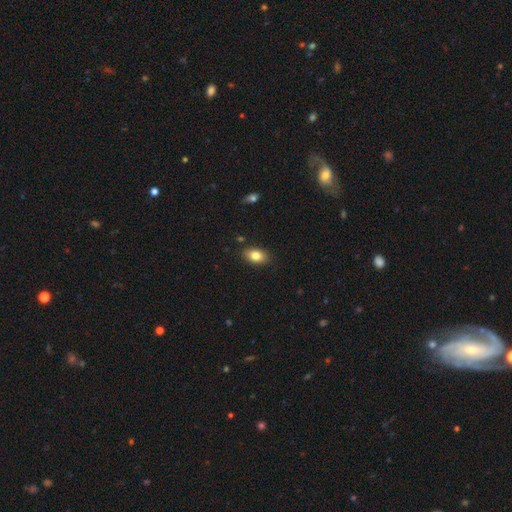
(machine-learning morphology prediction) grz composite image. It shows a smooth galaxy with no disk features (82%) that is in between round and cigar-shaped (88%). Merging: none (86%).